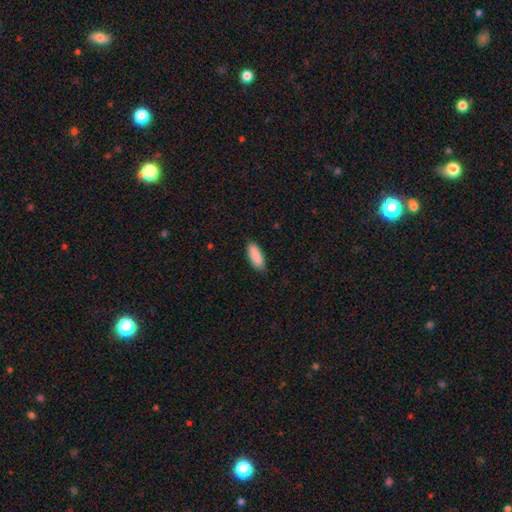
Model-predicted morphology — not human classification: Smooth or featured?
  - smooth: 90% *
  - star or artifact: 6%
  - featured or disk: 4%
How rounded?
  - in between: 77% *
  - cigar-shaped: 22%
  - round: 2%
Merging?
  - none: 85% *
  - minor disturbance: 12%
  - major disturbance: 2%
  - merger: 1%